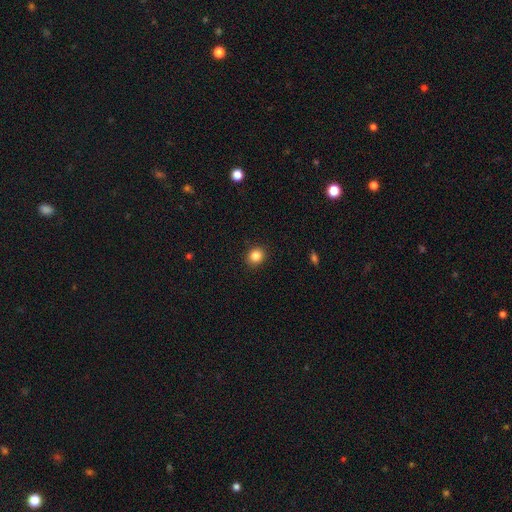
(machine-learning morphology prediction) type=smooth (85%); roundness=round (74%); merging=none (91%).